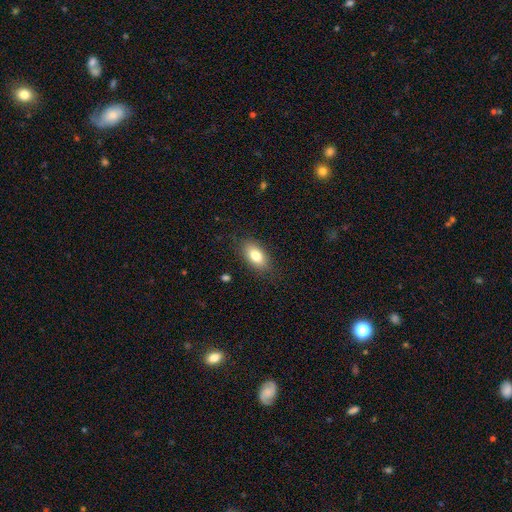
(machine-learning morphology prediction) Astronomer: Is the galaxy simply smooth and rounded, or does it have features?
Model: smooth — 80%.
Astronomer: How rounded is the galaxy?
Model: in between — 90%.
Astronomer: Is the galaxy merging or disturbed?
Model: none — 85%.